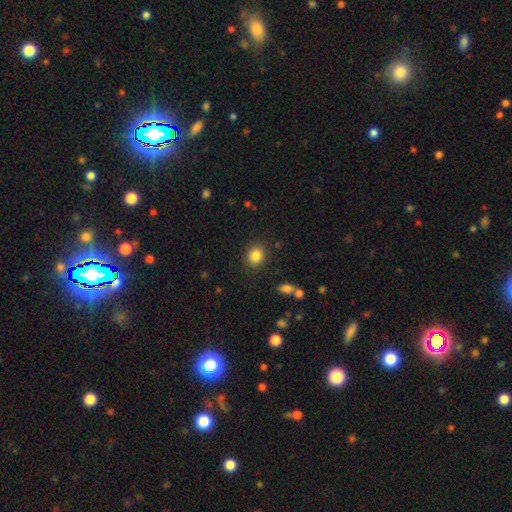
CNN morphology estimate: The model was most divided on "how rounded": round: 75%, in between: 24%, cigar-shaped: 1%. More confident: merging — none (88%); smooth or featured — smooth (85%).